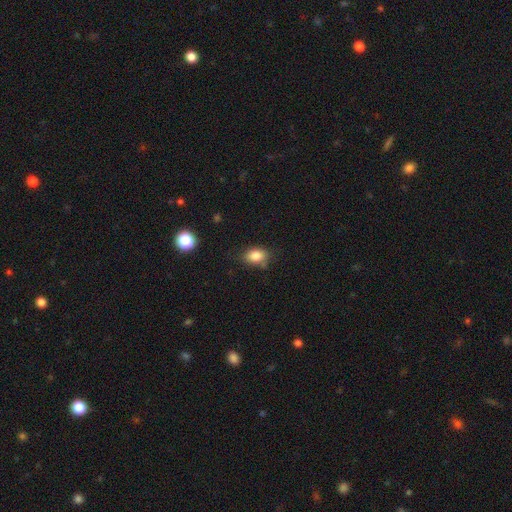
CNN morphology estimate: A smooth galaxy with no disk features (83%) that is in between round and cigar-shaped (72%). Merging: none (71%).